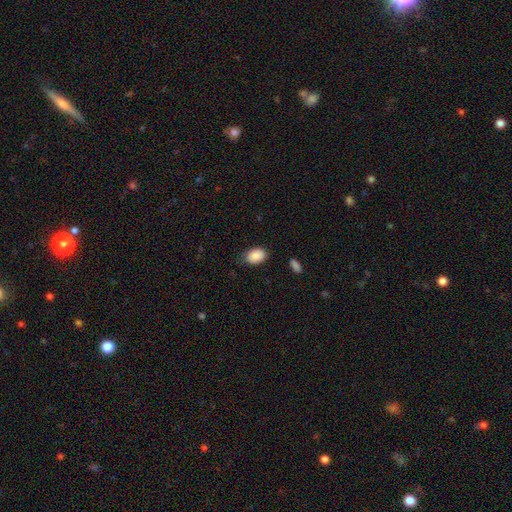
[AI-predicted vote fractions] Overall: smooth (87%). How rounded: in between (84%). Merging: none (75%).